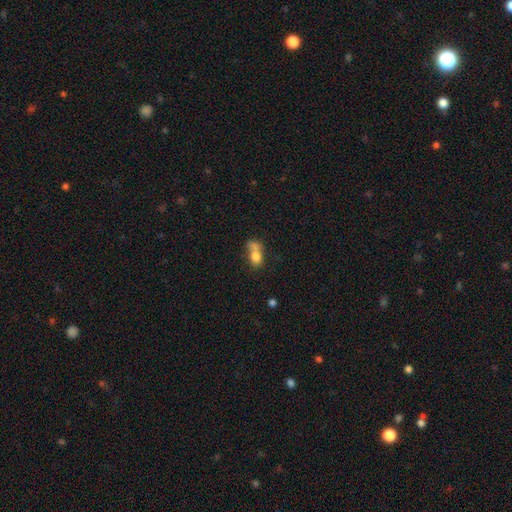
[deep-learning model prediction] Q: Smooth or featured?
A: smooth (75%); runner-up: featured or disk (15%)
Q: How rounded?
A: in between (68%); runner-up: round (29%)
Q: Merging?
A: merger (55%); runner-up: none (25%)